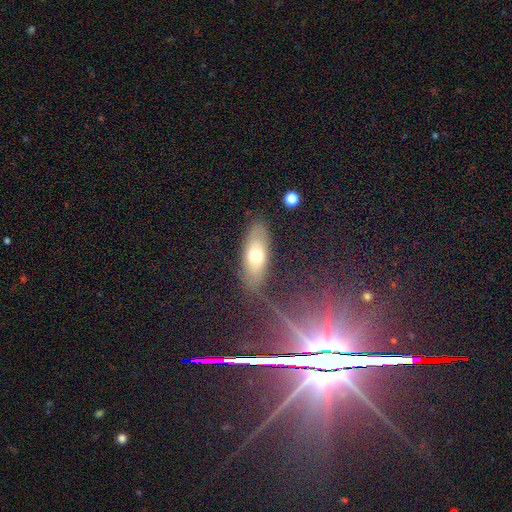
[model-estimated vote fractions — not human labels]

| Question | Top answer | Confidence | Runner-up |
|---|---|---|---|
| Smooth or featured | smooth | 60% | featured or disk (29%) |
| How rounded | in between | 74% | cigar-shaped (23%) |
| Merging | none | 79% | minor disturbance (14%) |